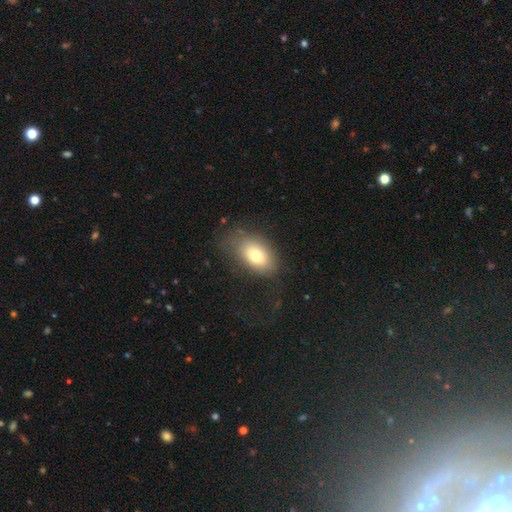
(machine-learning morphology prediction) Smooth or featured?
  - smooth: 73% *
  - featured or disk: 18%
  - star or artifact: 10%
How rounded?
  - in between: 87% *
  - round: 12%
  - cigar-shaped: 2%
Merging?
  - none: 70% *
  - minor disturbance: 18%
  - major disturbance: 10%
  - merger: 1%